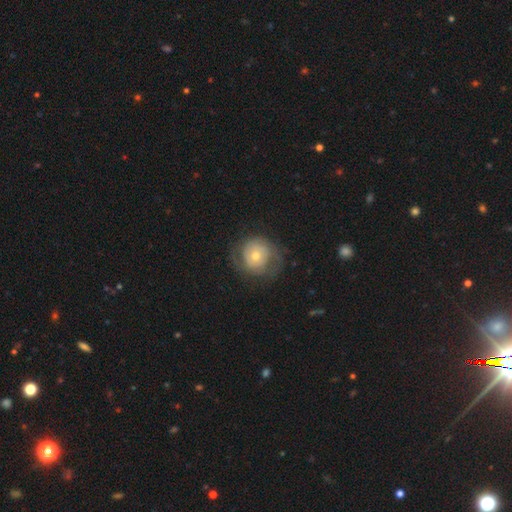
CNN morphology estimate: Smooth or featured? Predicted: featured or disk (p=0.55). Edge-on disk? Predicted: no (p=0.97). Bar? Predicted: no (p=0.81). Spiral arms? Predicted: yes (p=0.69). Bulge size? Predicted: moderate (p=0.54). Merging? Predicted: none (p=0.60).